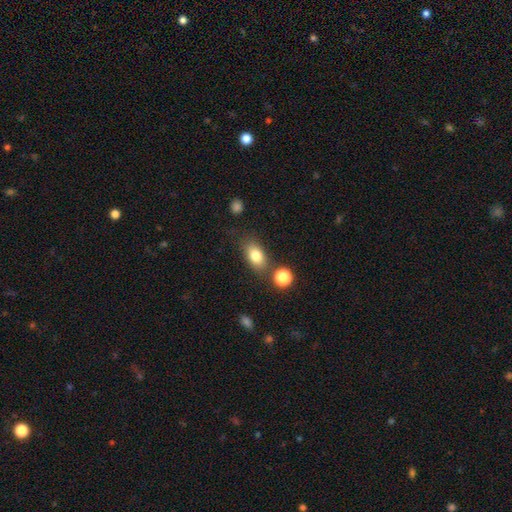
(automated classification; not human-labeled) This appears to be a smooth galaxy with no disk features (81%) that is in between round and cigar-shaped (83%). Merging: none (72%).